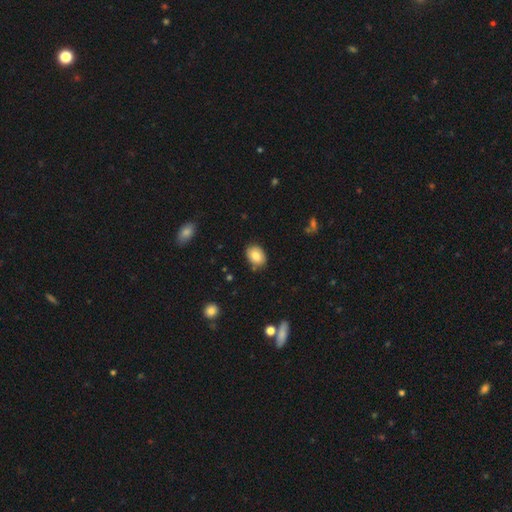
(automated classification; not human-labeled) Q: Smooth or featured?
A: smooth (82%); runner-up: featured or disk (10%)
Q: How rounded?
A: in between (76%); runner-up: round (23%)
Q: Merging?
A: none (85%); runner-up: minor disturbance (11%)